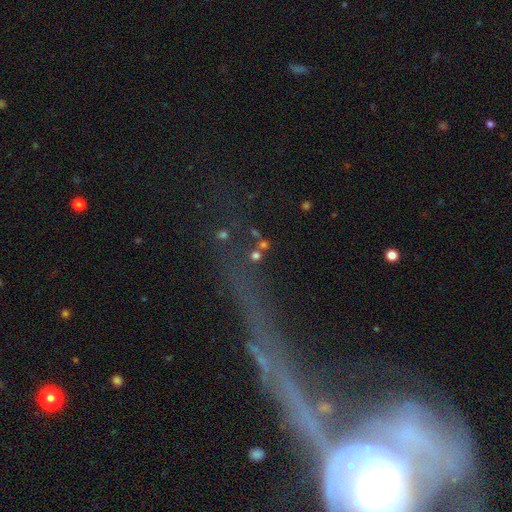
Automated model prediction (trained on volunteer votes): Smooth or featured: smooth — 58% (star or artifact — 29%)
How rounded: round — 80% (in between — 15%)
Merging: none — 58% (merger — 22%)